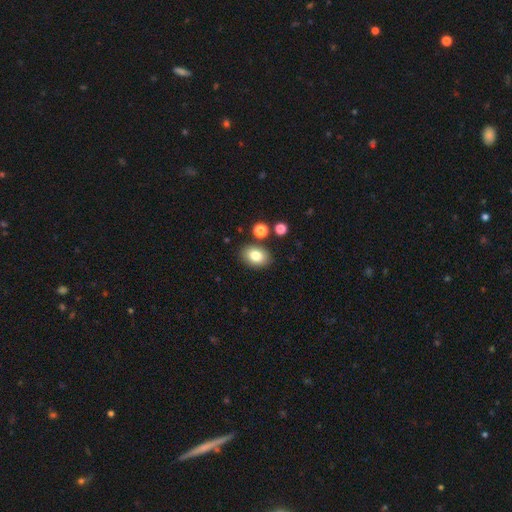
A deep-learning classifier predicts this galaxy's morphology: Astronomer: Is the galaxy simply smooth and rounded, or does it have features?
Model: smooth — 82%.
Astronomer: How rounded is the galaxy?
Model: in between — 75%.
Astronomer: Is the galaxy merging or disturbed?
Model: none — 82%.